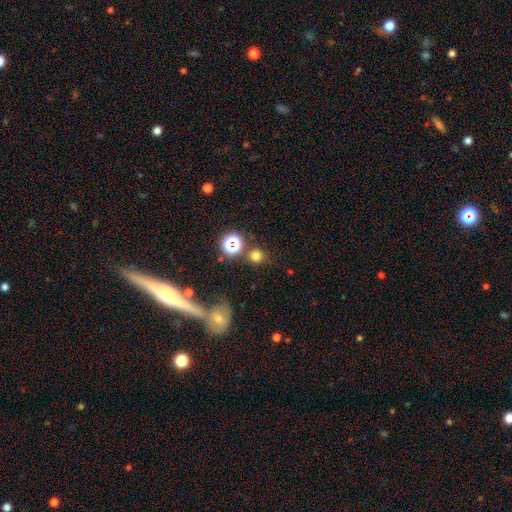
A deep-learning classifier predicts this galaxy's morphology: Overall: smooth (73%). How rounded: round (90%). Merging: none (78%).